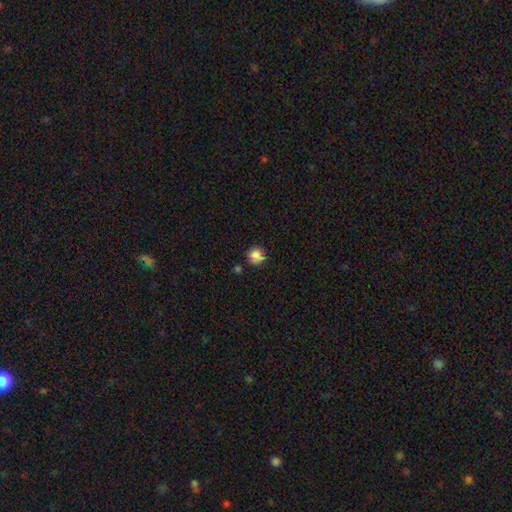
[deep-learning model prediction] Smooth or featured?
  - smooth: 85% *
  - star or artifact: 10%
  - featured or disk: 5%
How rounded?
  - round: 93% *
  - in between: 6%
  - cigar-shaped: 1%
Merging?
  - none: 82% *
  - minor disturbance: 12%
  - merger: 3%
  - major disturbance: 2%